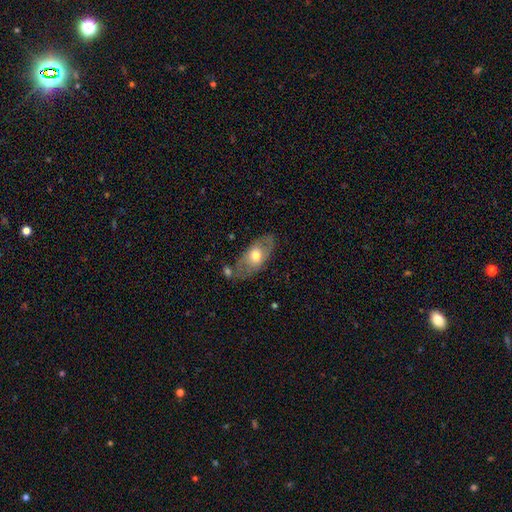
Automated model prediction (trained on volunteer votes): Q: Smooth or featured?
A: smooth (55%); runner-up: featured or disk (39%)
Q: How rounded?
A: in between (87%); runner-up: round (7%)
Q: Merging?
A: none (65%); runner-up: minor disturbance (20%)